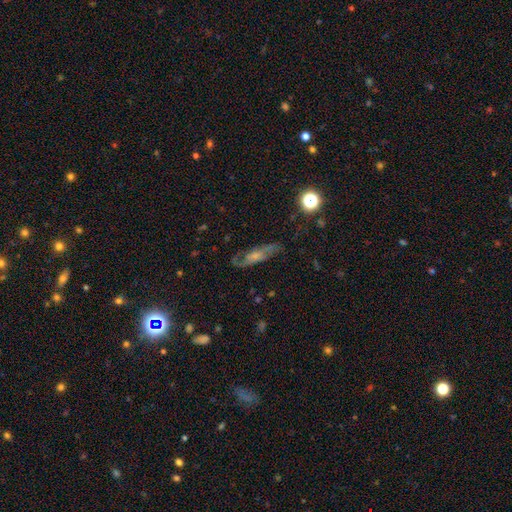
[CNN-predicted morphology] smooth-or-featured: featured or disk: 66% | smooth: 24% | star or artifact: 10%
  disk-edge-on: no: 81% | yes: 19%
    bar: no: 59% | weak: 31% | strong: 10%
    has-spiral-arms: yes: 87% | no: 13%
    bulge-size: small: 46% | moderate: 33% | none: 13% | large: 6% | dominant: 2%
  merging: none: 68% | minor disturbance: 19% | major disturbance: 11% | merger: 2%